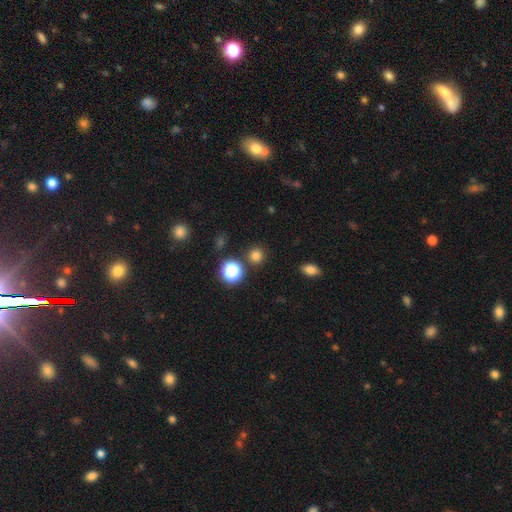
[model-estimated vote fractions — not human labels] The model was most divided on "smooth or featured": smooth: 77%, star or artifact: 18%, featured or disk: 5%. More confident: how rounded — round (93%); merging — none (88%).